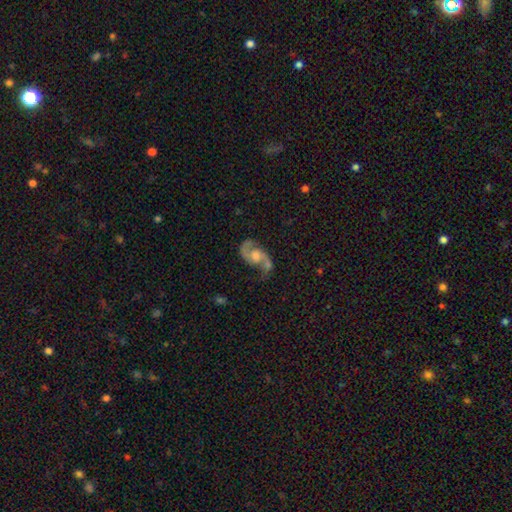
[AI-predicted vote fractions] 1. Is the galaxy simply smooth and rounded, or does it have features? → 86% featured or disk, 8% smooth, 6% star or artifact.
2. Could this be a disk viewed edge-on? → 97% no, 3% yes.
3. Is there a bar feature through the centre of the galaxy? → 59% no, 33% weak, 7% strong.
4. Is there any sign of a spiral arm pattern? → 95% yes, 5% no.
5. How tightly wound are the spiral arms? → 47% medium, 43% loose, 10% tight.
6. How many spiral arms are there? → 92% 2, 3% 1, 2% can't tell, 1% 3, 1% 4, 1% more than 4.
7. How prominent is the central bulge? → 52% moderate, 19% large, 18% small, 8% none, 2% dominant.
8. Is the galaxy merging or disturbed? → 64% none, 18% minor disturbance, 12% major disturbance, 6% merger.